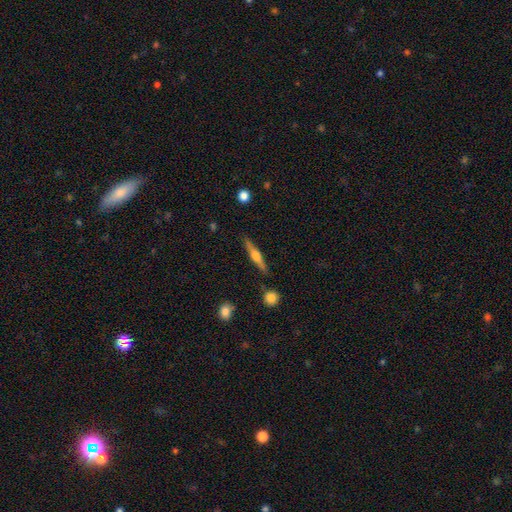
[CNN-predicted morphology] A featured or disk galaxy (61%) viewed edge-on (97%) with a rounded central bulge (88%).

Vote fractions:
- Smooth or featured? featured or disk: 61% / smooth: 33% / star or artifact: 6%
- Edge-on disk? yes: 97% / no: 3%
- Edge-on bulge? rounded: 88% / boxy: 8% / none: 4%
- Merging? none: 88% / minor disturbance: 8% / merger: 2% / major disturbance: 2%